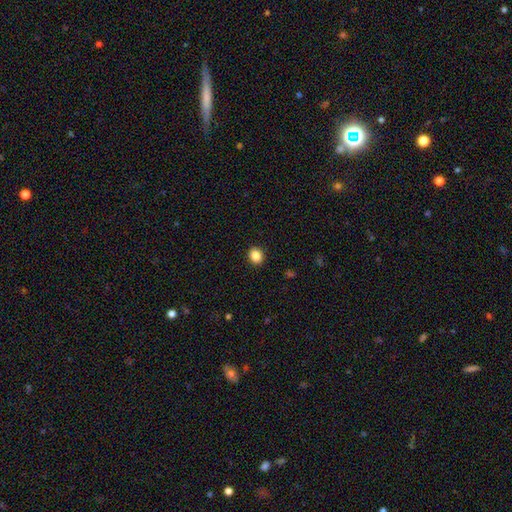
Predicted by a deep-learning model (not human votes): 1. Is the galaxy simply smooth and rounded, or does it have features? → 86% smooth, 10% star or artifact, 4% featured or disk.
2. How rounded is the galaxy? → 66% round, 33% in between, 1% cigar-shaped.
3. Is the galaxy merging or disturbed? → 92% none, 6% minor disturbance, 2% major disturbance, 1% merger.